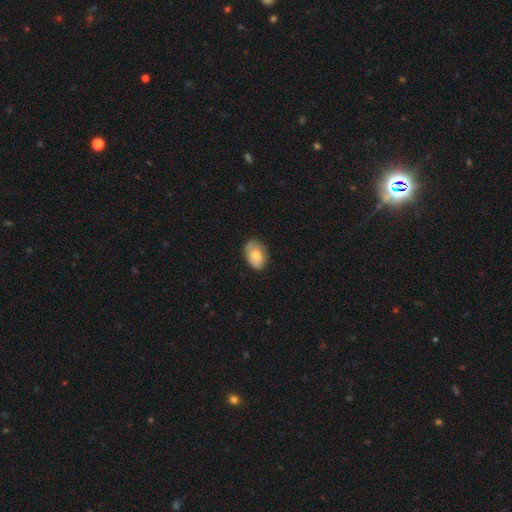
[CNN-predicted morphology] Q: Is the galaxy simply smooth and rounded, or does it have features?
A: smooth — 66%.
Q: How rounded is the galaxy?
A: in between — 81%.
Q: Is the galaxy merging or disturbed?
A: none — 72%.